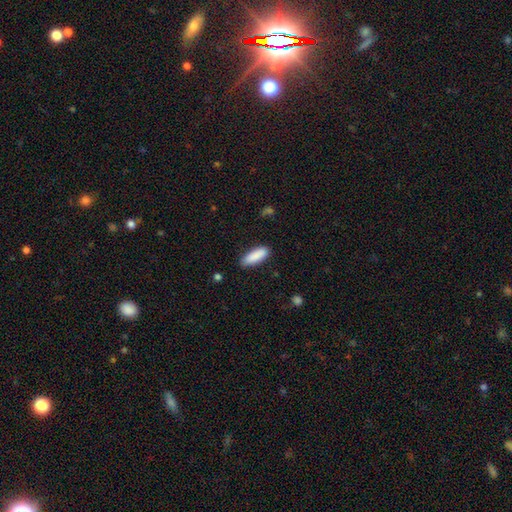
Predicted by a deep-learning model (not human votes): smooth_or_featured: smooth (p=0.89) [alt: star or artifact p=0.06]
how_rounded: in between (p=0.55) [alt: cigar-shaped p=0.43]
merging: none (p=0.84) [alt: minor disturbance p=0.12]